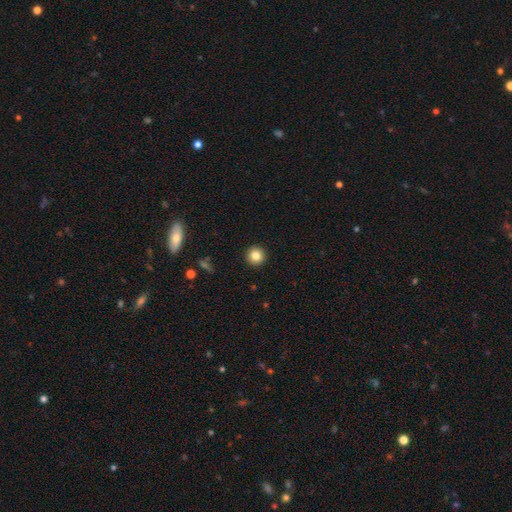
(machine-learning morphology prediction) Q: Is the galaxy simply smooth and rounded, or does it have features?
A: smooth — 82%.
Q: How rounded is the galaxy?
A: round — 96%.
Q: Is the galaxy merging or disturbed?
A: none — 93%.